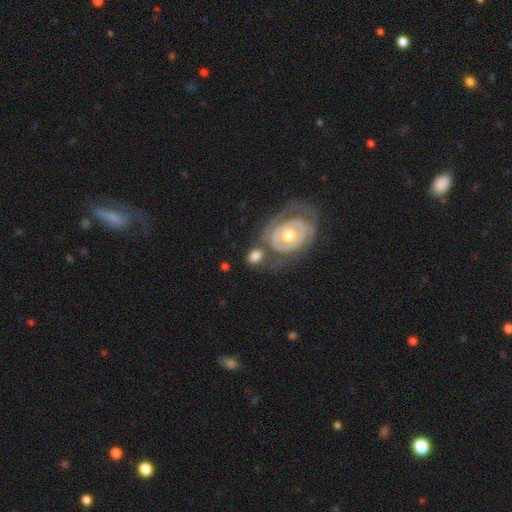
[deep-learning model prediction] A smooth galaxy with no disk features (54%) that is in between round and cigar-shaped (55%).

Vote fractions:
- Smooth or featured? smooth: 54% / featured or disk: 39% / star or artifact: 6%
- How rounded? in between: 55% / round: 43% / cigar-shaped: 2%
- Merging? none: 49% / merger: 23% / minor disturbance: 18% / major disturbance: 11%